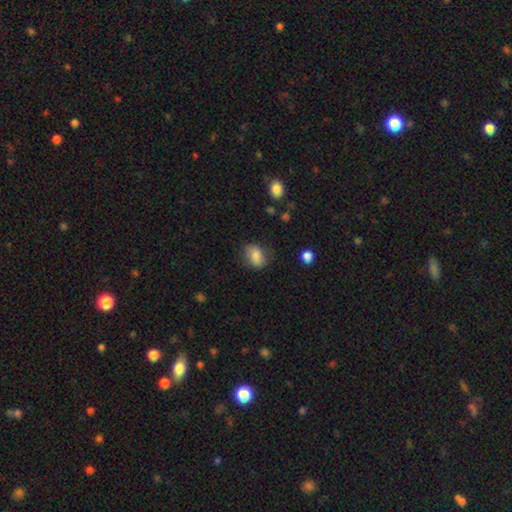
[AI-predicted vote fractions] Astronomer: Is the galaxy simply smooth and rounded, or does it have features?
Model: smooth — 79%.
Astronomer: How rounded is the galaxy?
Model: in between — 69%.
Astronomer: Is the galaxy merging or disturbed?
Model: none — 71%.